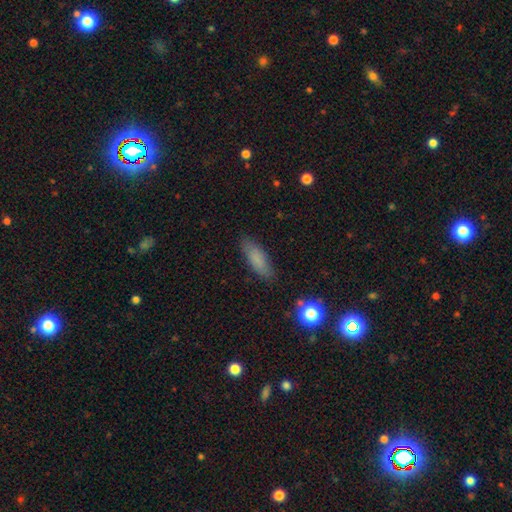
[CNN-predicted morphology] Smooth or featured? Predicted: smooth (p=0.79). How rounded? Predicted: in between (p=0.51). Merging? Predicted: none (p=0.85).